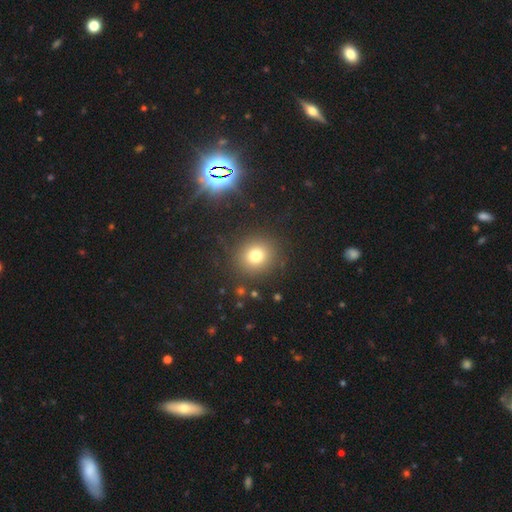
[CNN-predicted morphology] The model was most divided on "smooth or featured": smooth: 75%, star or artifact: 16%, featured or disk: 9%. More confident: merging — none (87%); how rounded — round (87%).